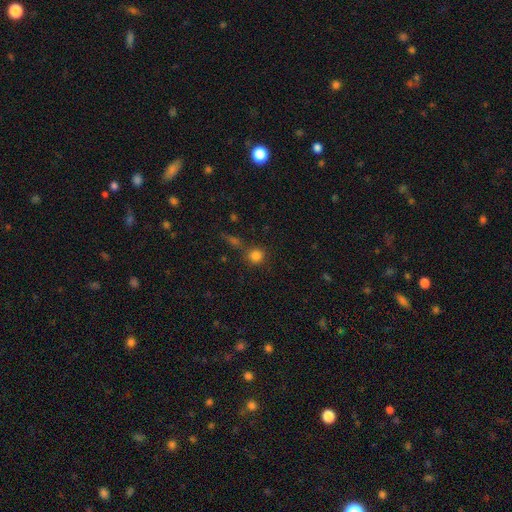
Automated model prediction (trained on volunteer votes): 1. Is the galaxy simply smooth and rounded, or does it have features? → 80% smooth, 14% star or artifact, 6% featured or disk.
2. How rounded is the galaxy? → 89% round, 10% in between, 1% cigar-shaped.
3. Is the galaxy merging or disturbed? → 69% none, 16% merger, 10% minor disturbance, 5% major disturbance.